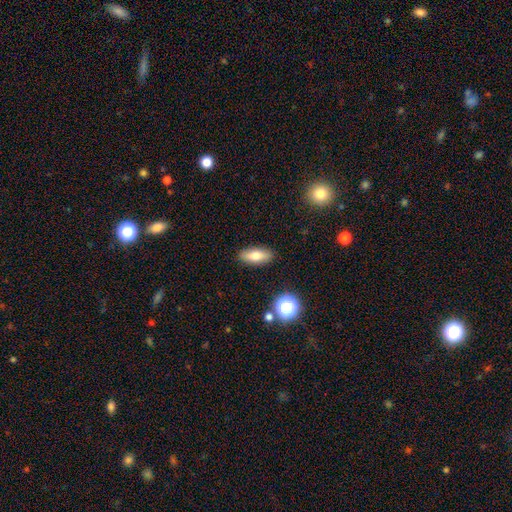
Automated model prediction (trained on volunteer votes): Q: Smooth or featured?
A: smooth (72%); runner-up: featured or disk (19%)
Q: How rounded?
A: in between (71%); runner-up: cigar-shaped (25%)
Q: Merging?
A: none (88%); runner-up: minor disturbance (8%)